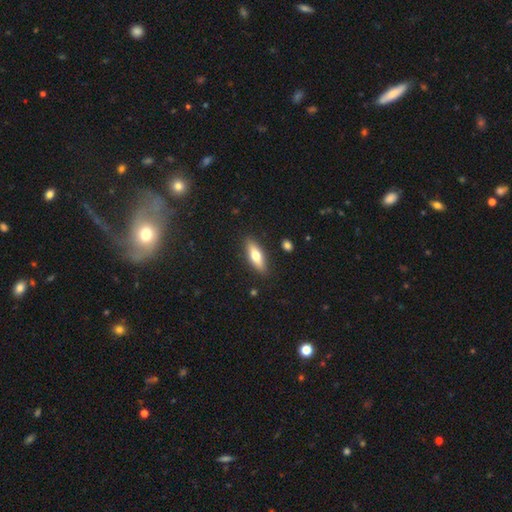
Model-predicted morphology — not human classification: smooth 61%, featured or disk 33%, star or artifact 6%. Down the decision tree: how rounded — in between (52%); merging — none (88%).